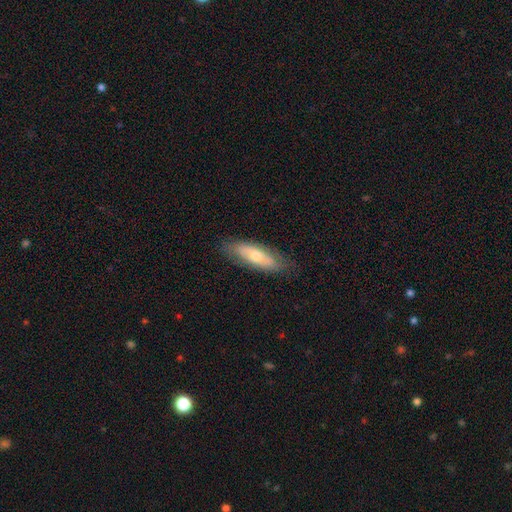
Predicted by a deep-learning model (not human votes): This is possibly a smooth galaxy (54%). How rounded: possibly in between (57%). Merging: clearly none (80%).